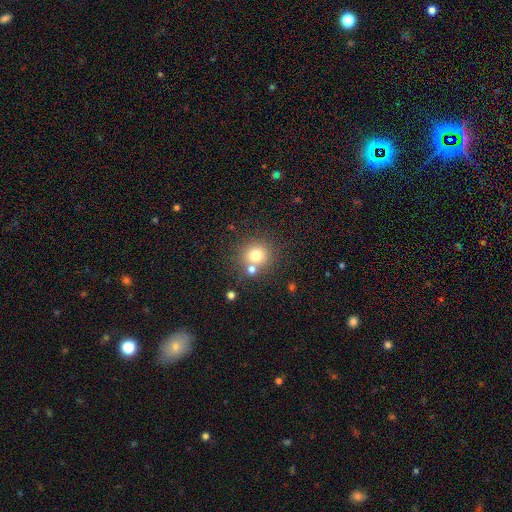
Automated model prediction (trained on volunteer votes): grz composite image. It shows a smooth galaxy with no disk features (75%) that is round (87%). Merging: none (65%).